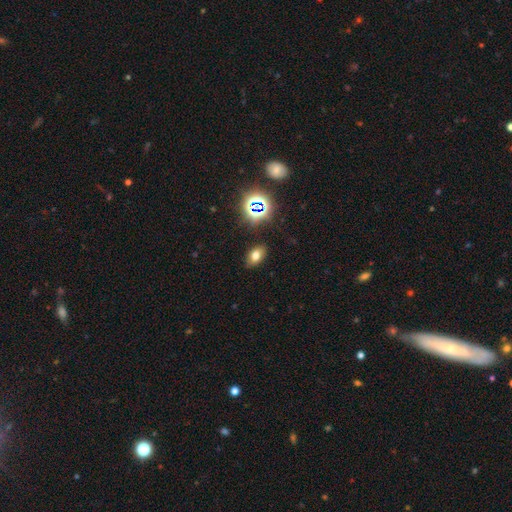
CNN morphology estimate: type=smooth (68%); roundness=in between (84%); merging=none (85%).